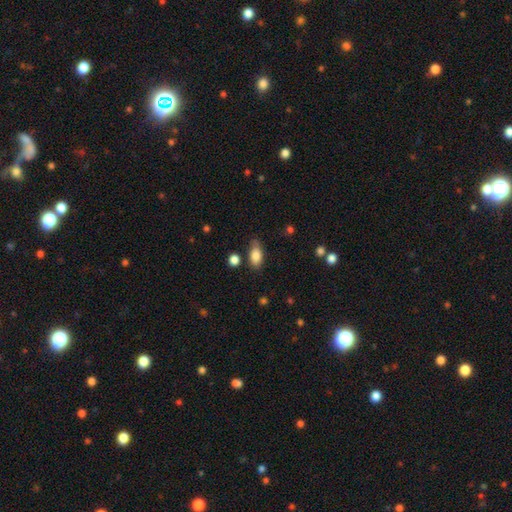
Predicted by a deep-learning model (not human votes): Q: Smooth or featured?
A: smooth (83%); runner-up: featured or disk (9%)
Q: How rounded?
A: in between (88%); runner-up: cigar-shaped (6%)
Q: Merging?
A: none (70%); runner-up: minor disturbance (21%)